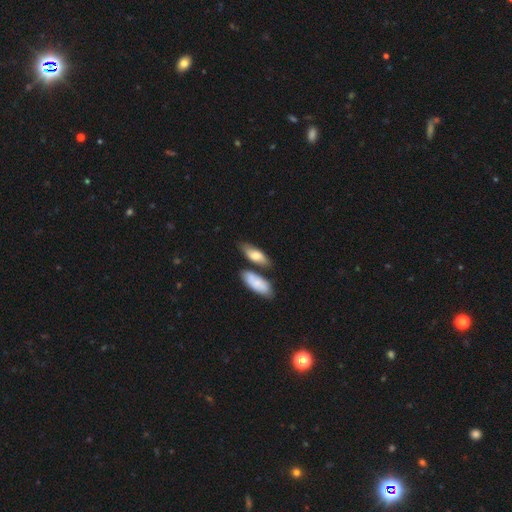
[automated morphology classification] Smooth or featured: smooth — 70% (featured or disk — 24%)
How rounded: in between — 73% (cigar-shaped — 23%)
Merging: none — 58% (merger — 22%)